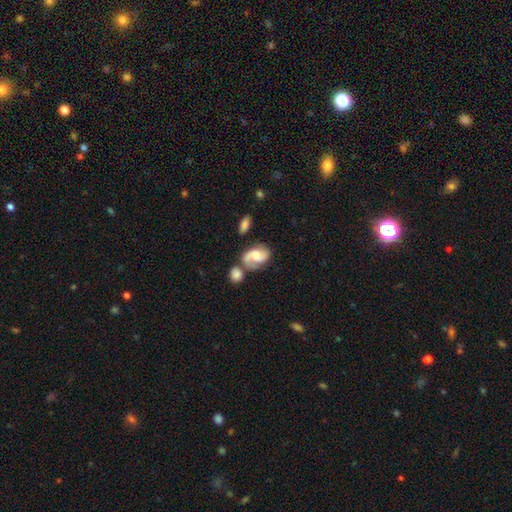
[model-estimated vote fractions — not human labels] smooth_or_featured: featured or disk (p=0.68) [alt: smooth p=0.24]
disk_edge_on: no (p=0.97) [alt: yes p=0.03]
bar: no (p=0.58) [alt: weak p=0.35]
has_spiral_arms: yes (p=0.92) [alt: no p=0.08]
spiral_winding: medium (p=0.48) [alt: loose p=0.28]
spiral_arm_count: 2 (p=0.80) [alt: 1 p=0.10]
bulge_size: moderate (p=0.43) [alt: small p=0.26]
merging: none (p=0.43) [alt: merger p=0.27]